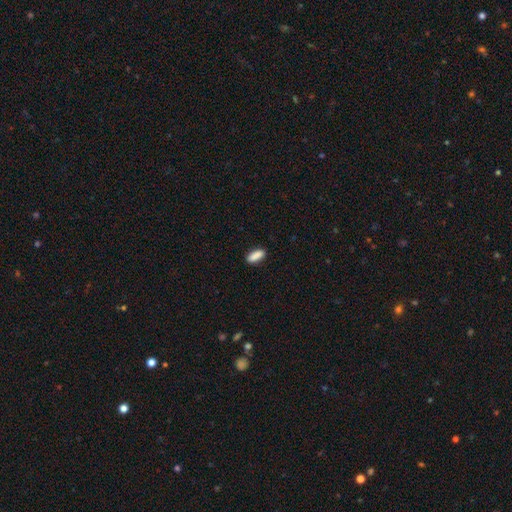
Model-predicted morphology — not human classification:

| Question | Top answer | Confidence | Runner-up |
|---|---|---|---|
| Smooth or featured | smooth | 89% | star or artifact (7%) |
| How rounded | in between | 68% | cigar-shaped (30%) |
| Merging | none | 88% | minor disturbance (9%) |